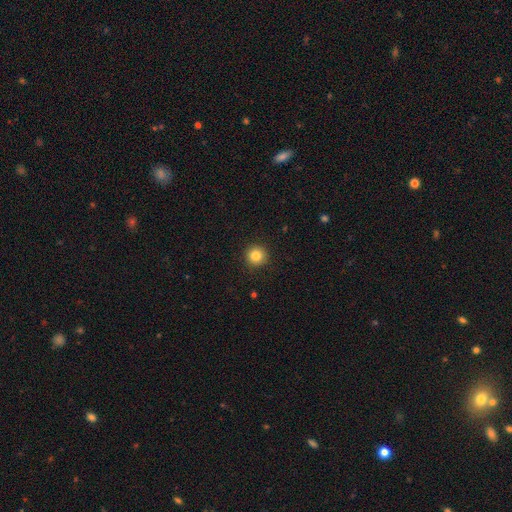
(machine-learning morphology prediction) This appears to be a smooth galaxy with no disk features (83%) that is round (95%). Merging: none (92%).